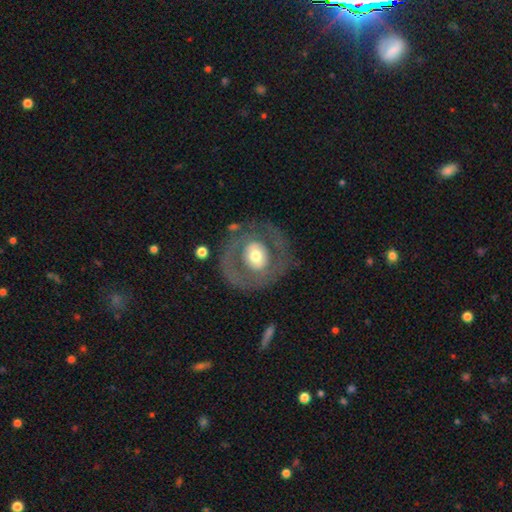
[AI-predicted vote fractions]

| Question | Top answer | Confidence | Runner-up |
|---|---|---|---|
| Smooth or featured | featured or disk | 57% | smooth (37%) |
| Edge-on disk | no | 95% | yes (5%) |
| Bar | no | 69% | weak (21%) |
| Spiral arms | no | 76% | yes (24%) |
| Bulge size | moderate | 61% | large (25%) |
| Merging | none | 73% | minor disturbance (13%) |